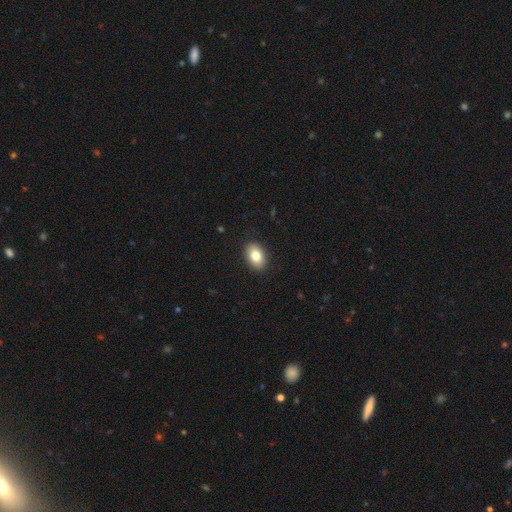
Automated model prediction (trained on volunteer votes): A smooth galaxy with no disk features (82%) that is in between round and cigar-shaped (86%). Merging: none (89%).